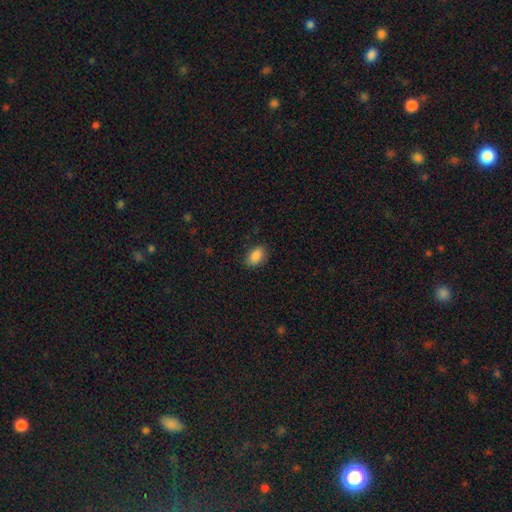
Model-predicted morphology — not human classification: This appears to be a smooth galaxy with no disk features (88%) that is in between round and cigar-shaped (88%). Merging: none (85%).